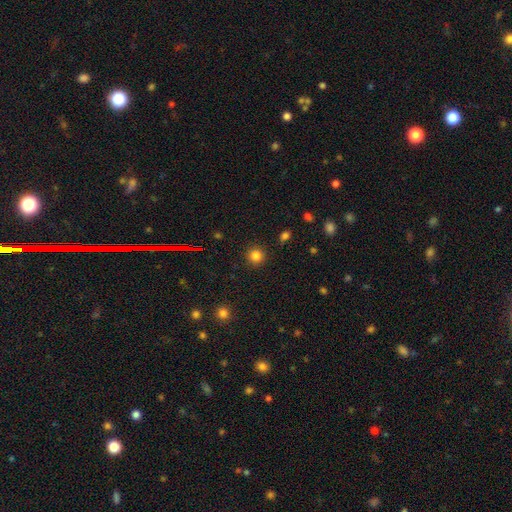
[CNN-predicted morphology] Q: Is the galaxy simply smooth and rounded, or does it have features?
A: smooth — 82%.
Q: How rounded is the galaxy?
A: round — 94%.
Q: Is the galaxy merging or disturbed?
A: none — 91%.